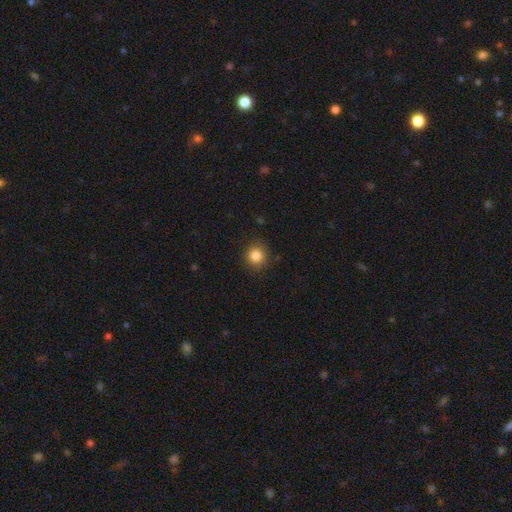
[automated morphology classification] smooth-or-featured: smooth: 85% | star or artifact: 11% | featured or disk: 5%
  how-rounded: round: 90% | in between: 9% | cigar-shaped: 1%
  merging: none: 88% | minor disturbance: 9% | major disturbance: 2% | merger: 1%